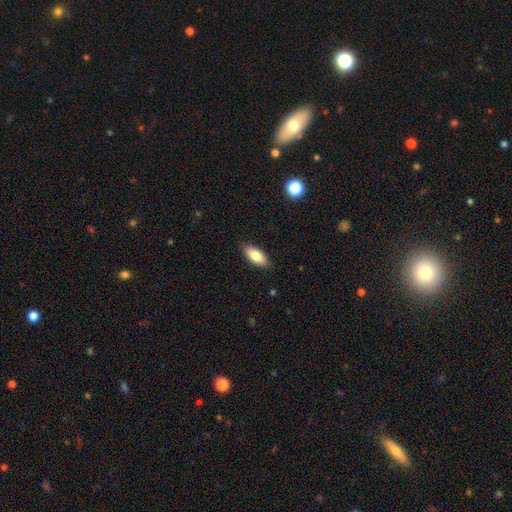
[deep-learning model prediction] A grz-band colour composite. It shows a smooth galaxy with no disk features (83%) that is in between round and cigar-shaped (85%). Merging: none (87%).